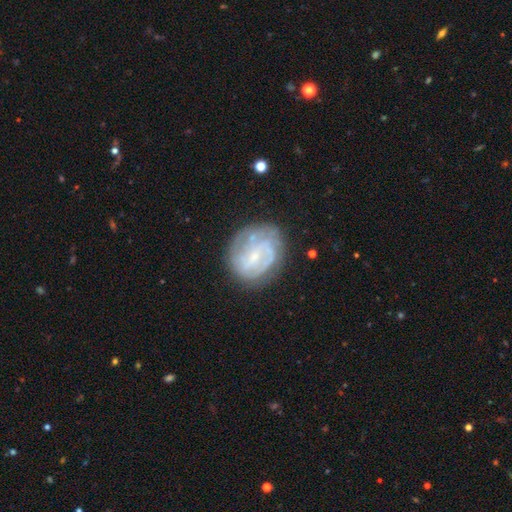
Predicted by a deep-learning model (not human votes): Morphology: type=featured or disk (76%); edge-on=no (98%); bar=weak (47%); spiral arms=yes (87%); winding=tight (56%); arm count=can't tell (36%); bulge=small (66%); merging=none (70%).